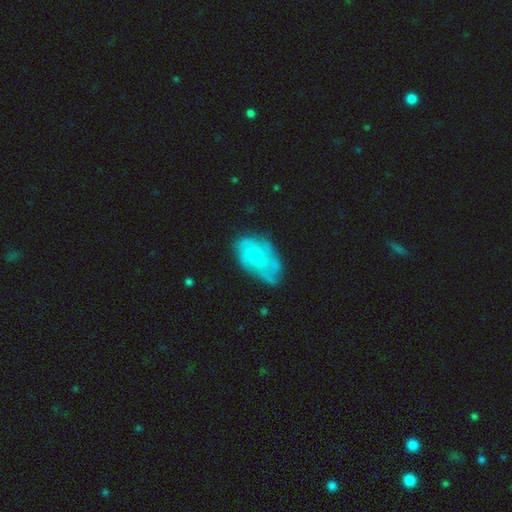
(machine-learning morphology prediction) Smooth or featured? Predicted: featured or disk (p=0.58). Edge-on disk? Predicted: no (p=0.96). Bar? Predicted: no (p=0.81). Spiral arms? Predicted: yes (p=0.70). Bulge size? Predicted: small (p=0.65). Merging? Predicted: none (p=0.51).